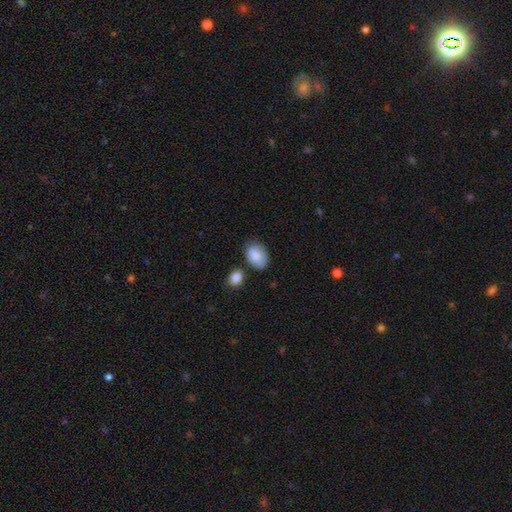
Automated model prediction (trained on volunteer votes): Morphology: type=smooth (83%); roundness=in between (83%); merging=none (66%).